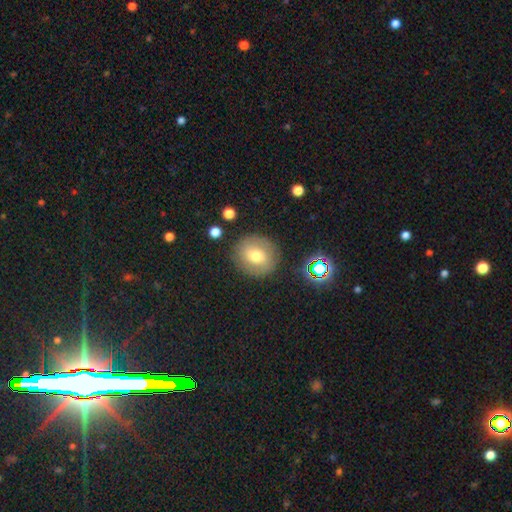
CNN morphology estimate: smooth_or_featured: smooth (p=0.65) [alt: featured or disk p=0.23]
how_rounded: round (p=0.86) [alt: in between p=0.13]
merging: none (p=0.85) [alt: minor disturbance p=0.10]